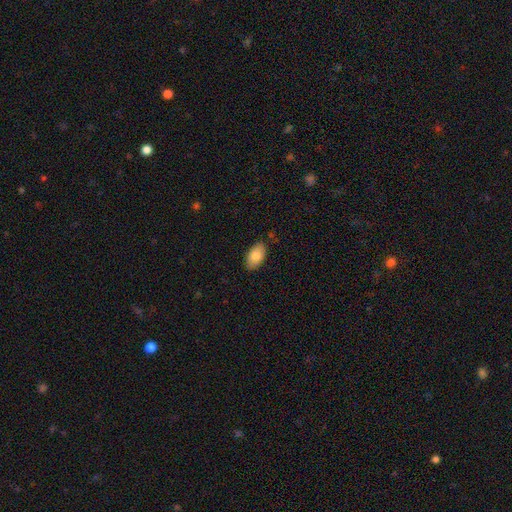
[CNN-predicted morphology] A smooth galaxy with no disk features (86%) that is in between round and cigar-shaped (94%).

Vote fractions:
- Smooth or featured? smooth: 86% / featured or disk: 7% / star or artifact: 6%
- How rounded? in between: 94% / round: 4% / cigar-shaped: 2%
- Merging? none: 85% / minor disturbance: 12% / major disturbance: 2% / merger: 1%